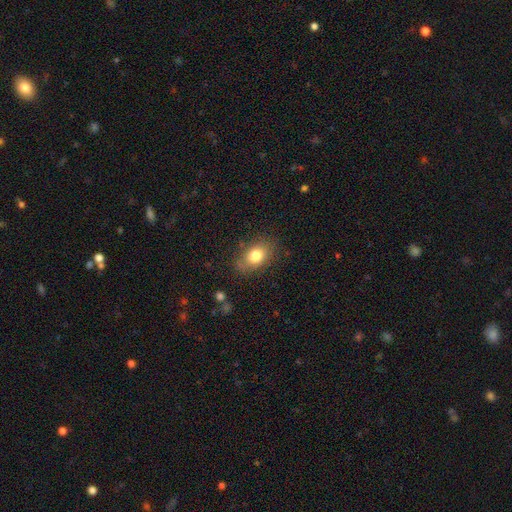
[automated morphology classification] This appears to be a smooth galaxy with no disk features (78%) that is in between round and cigar-shaped (80%). Merging: none (76%).